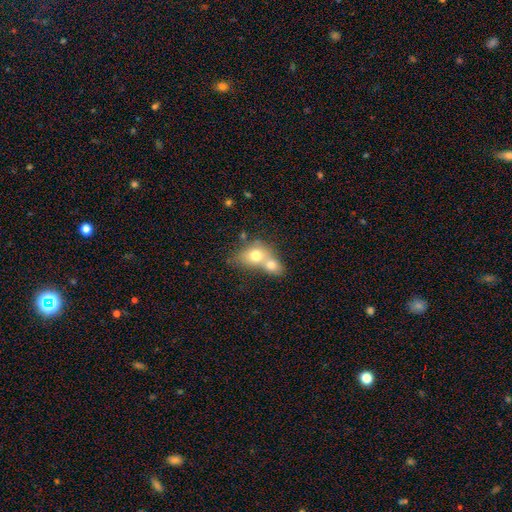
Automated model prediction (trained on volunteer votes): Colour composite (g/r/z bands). It shows a smooth galaxy with no disk features (69%) that is in between round and cigar-shaped (54%). Merging: merger (71%).